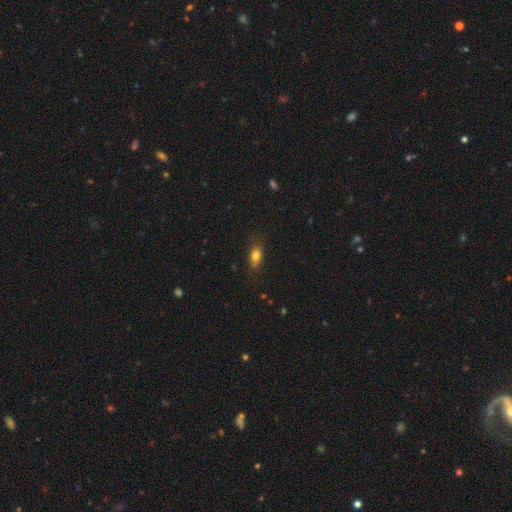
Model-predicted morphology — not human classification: Q: Smooth or featured?
A: smooth (79%); runner-up: featured or disk (11%)
Q: How rounded?
A: in between (77%); runner-up: round (13%)
Q: Merging?
A: none (77%); runner-up: minor disturbance (17%)